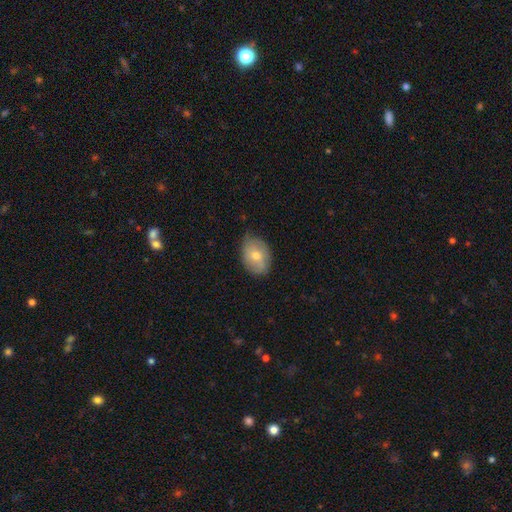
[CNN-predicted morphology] A smooth galaxy with no disk features (66%) that is in between round and cigar-shaped (79%).

Vote fractions:
- Smooth or featured? smooth: 66% / featured or disk: 27% / star or artifact: 8%
- How rounded? in between: 79% / round: 20% / cigar-shaped: 1%
- Merging? none: 68% / minor disturbance: 27% / major disturbance: 4% / merger: 1%